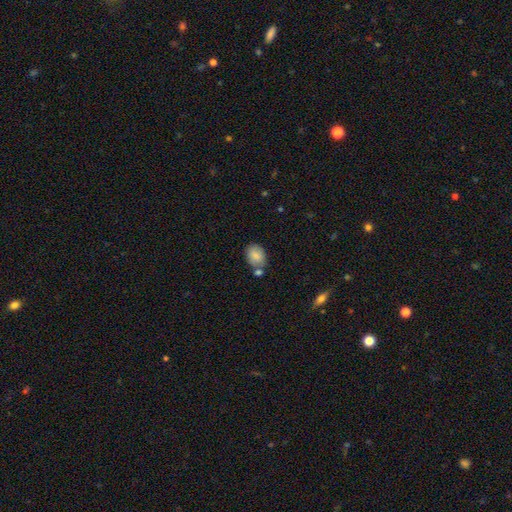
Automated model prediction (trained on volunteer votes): smooth_or_featured: smooth (p=0.83) [alt: featured or disk p=0.10]
how_rounded: in between (p=0.79) [alt: round p=0.20]
merging: none (p=0.57) [alt: merger p=0.20]